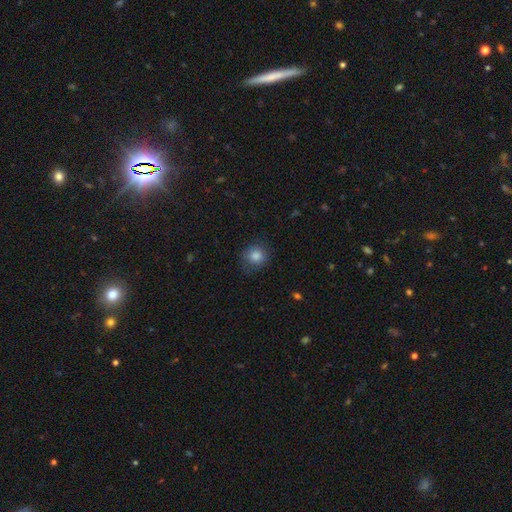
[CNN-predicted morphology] A smooth galaxy with no disk features (83%) that is round (88%). Merging: none (80%).